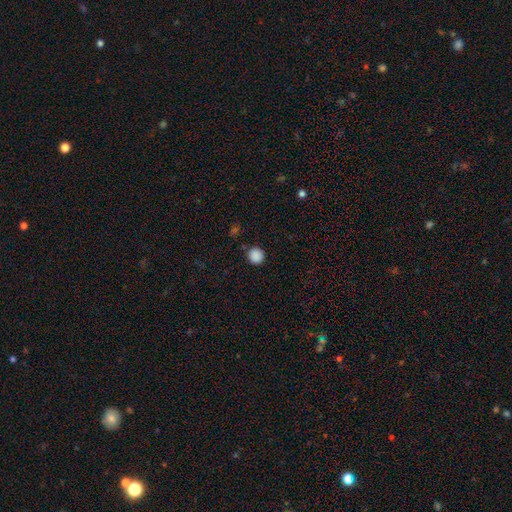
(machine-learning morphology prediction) Smooth or featured? smooth (87%)
How rounded? round (92%)
Merging? none (88%)